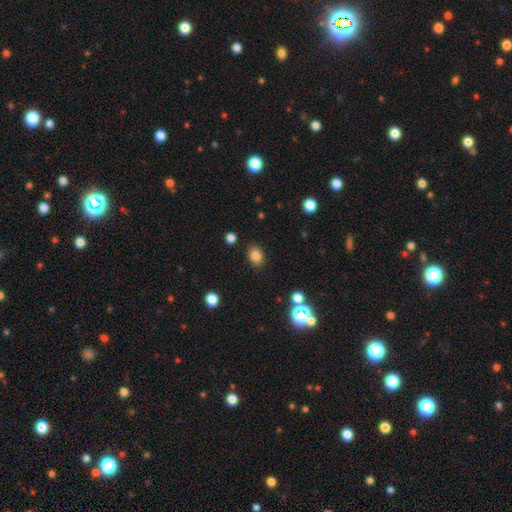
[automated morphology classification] smooth-or-featured: smooth: 81% | star or artifact: 13% | featured or disk: 6%
  how-rounded: in between: 63% | round: 36% | cigar-shaped: 1%
  merging: none: 85% | minor disturbance: 9% | major disturbance: 3% | merger: 2%